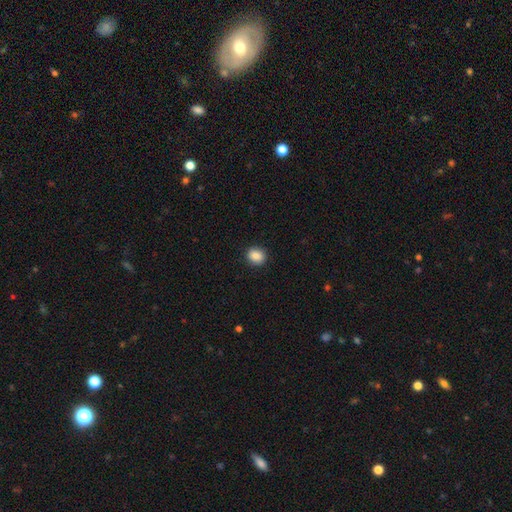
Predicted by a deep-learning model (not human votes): Smooth or featured?
  - smooth: 87% *
  - star or artifact: 9%
  - featured or disk: 4%
How rounded?
  - round: 72% *
  - in between: 27%
  - cigar-shaped: 1%
Merging?
  - none: 91% *
  - minor disturbance: 6%
  - major disturbance: 2%
  - merger: 1%